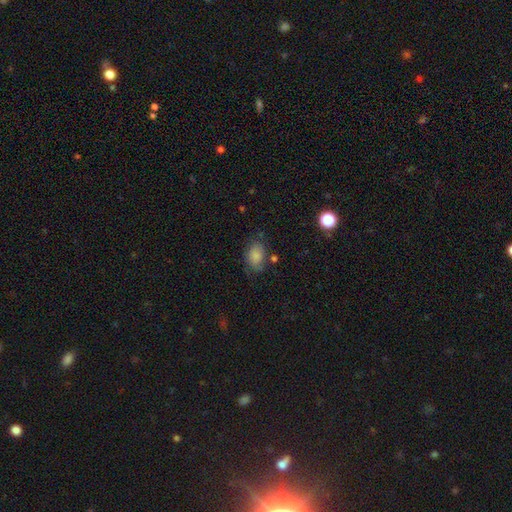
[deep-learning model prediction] Overall: smooth (81%). How rounded: in between (83%). Merging: none (64%; minor disturbance 24%).